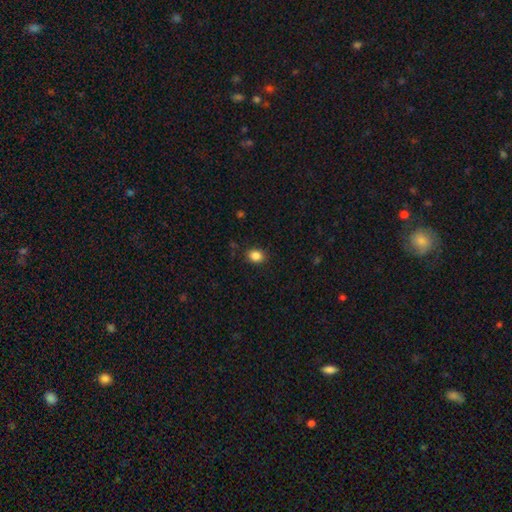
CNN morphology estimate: The model was most divided on "how rounded": round: 51%, in between: 48%, cigar-shaped: 1%. More confident: merging — none (87%); smooth or featured — smooth (86%).